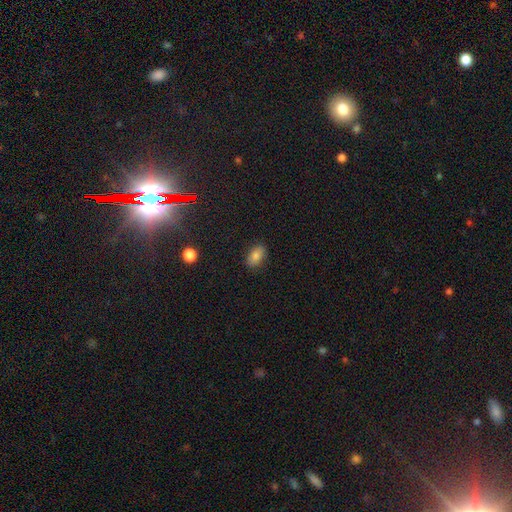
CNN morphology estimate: Smooth or featured? smooth (81%)
How rounded? in between (89%)
Merging? none (85%)